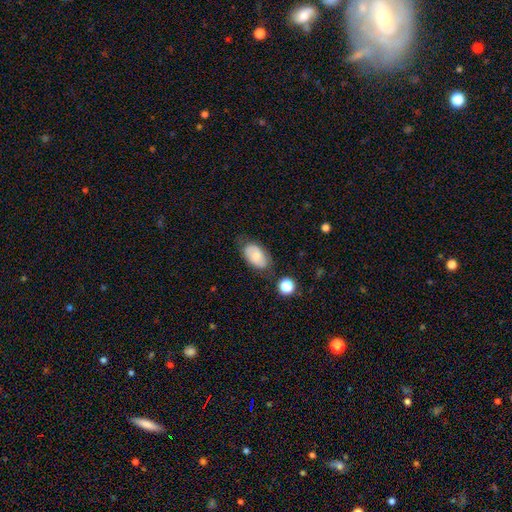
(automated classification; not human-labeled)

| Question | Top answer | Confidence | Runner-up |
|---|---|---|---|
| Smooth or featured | smooth | 69% | featured or disk (24%) |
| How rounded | in between | 92% | round (6%) |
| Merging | none | 69% | minor disturbance (21%) |